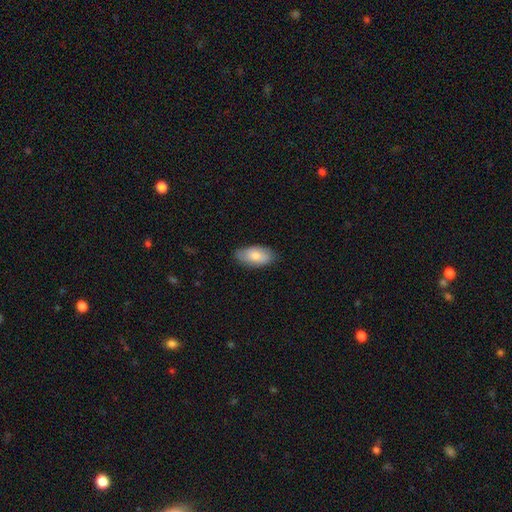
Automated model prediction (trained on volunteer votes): Overall: smooth (74%). How rounded: in between (93%). Merging: none (79%).